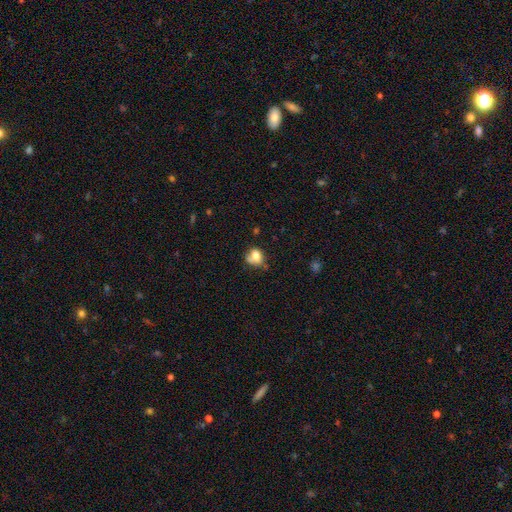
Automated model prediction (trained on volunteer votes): The model was most divided on "merging": none: 44%, minor disturbance: 28%, merger: 15%, major disturbance: 13%. More confident: smooth or featured — smooth (74%); how rounded — round (60%).